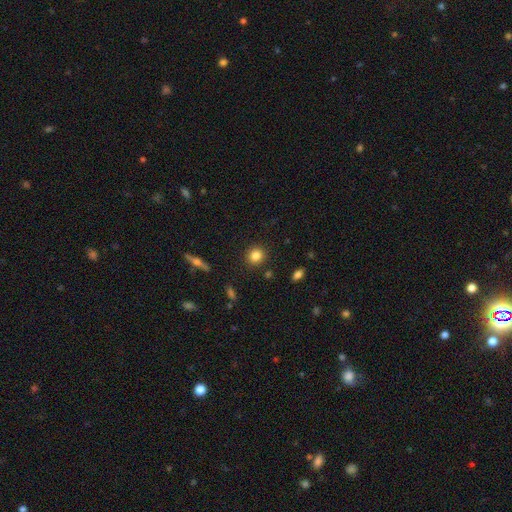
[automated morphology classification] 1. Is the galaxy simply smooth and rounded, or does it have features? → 83% smooth, 10% star or artifact, 7% featured or disk.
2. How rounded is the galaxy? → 89% round, 10% in between, 1% cigar-shaped.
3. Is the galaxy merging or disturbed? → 90% none, 6% minor disturbance, 2% major disturbance, 2% merger.